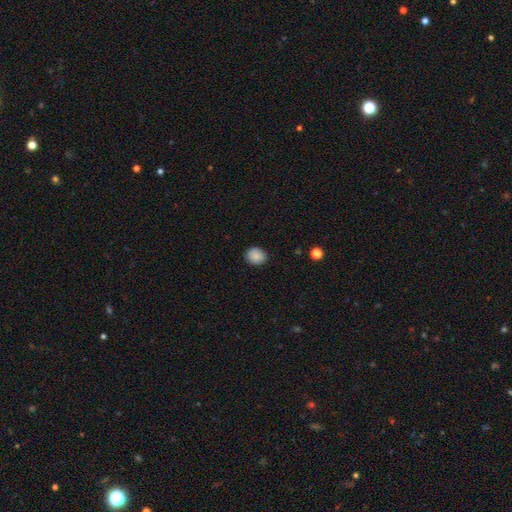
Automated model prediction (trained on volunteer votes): Q: Smooth or featured?
A: smooth (87%); runner-up: star or artifact (8%)
Q: How rounded?
A: round (76%); runner-up: in between (23%)
Q: Merging?
A: none (88%); runner-up: minor disturbance (9%)